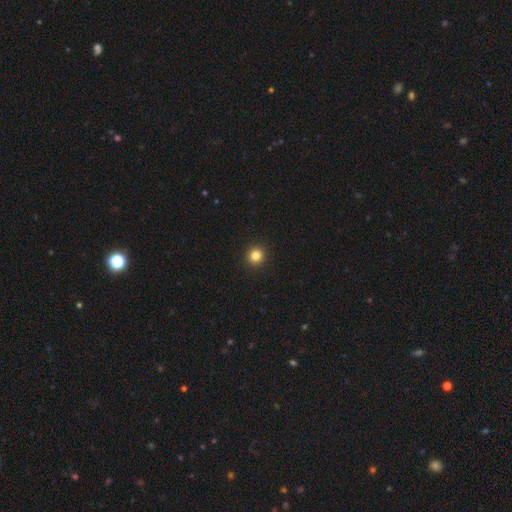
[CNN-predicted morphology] type=smooth (83%); roundness=round (94%); merging=none (94%).